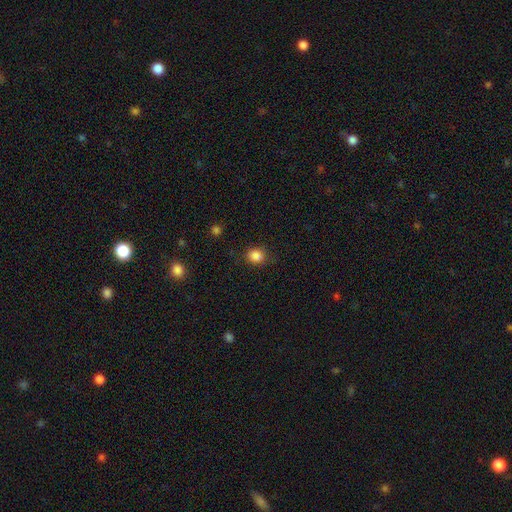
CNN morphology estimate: Overall: smooth (85%). How rounded: round (71%). Merging: none (78%).